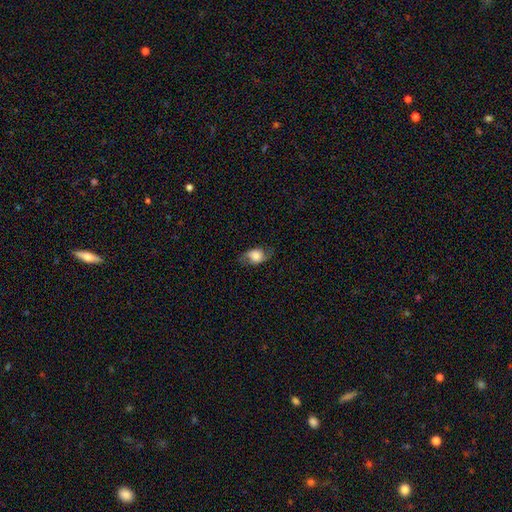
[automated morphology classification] smooth 57%, featured or disk 34%, star or artifact 9%. Down the decision tree: how rounded — in between (69%); merging — none (69%).